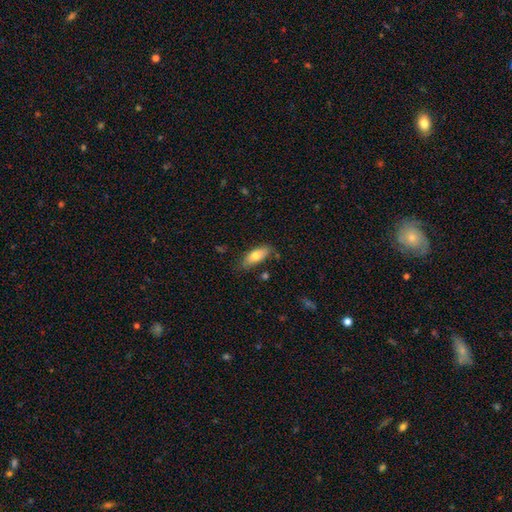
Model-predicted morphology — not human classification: smooth 71%, featured or disk 22%, star or artifact 7%. Down the decision tree: how rounded — in between (79%); merging — none (75%).